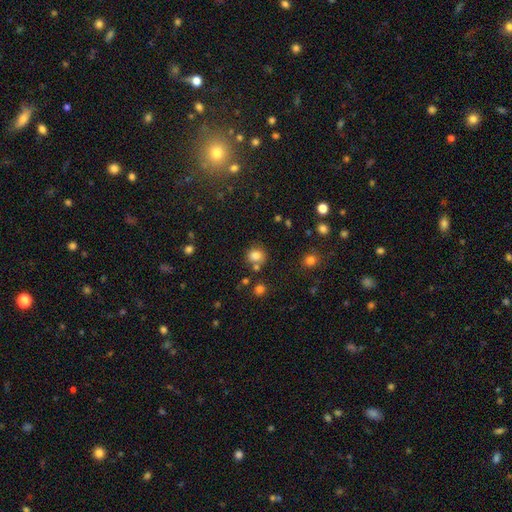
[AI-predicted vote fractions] Q: Smooth or featured?
A: smooth (81%); runner-up: star or artifact (13%)
Q: How rounded?
A: round (79%); runner-up: in between (20%)
Q: Merging?
A: none (70%); runner-up: merger (13%)